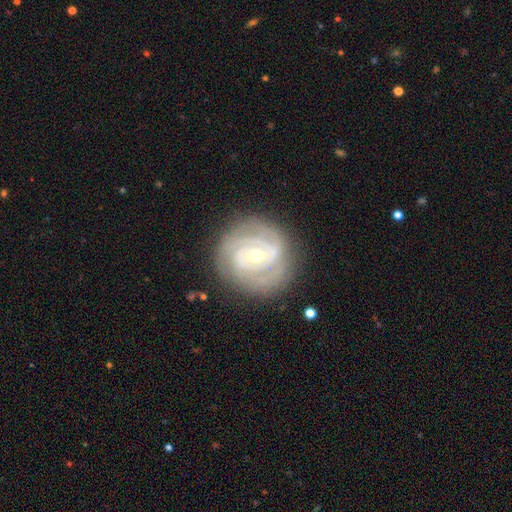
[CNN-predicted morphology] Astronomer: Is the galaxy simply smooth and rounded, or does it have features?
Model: featured or disk — 88%.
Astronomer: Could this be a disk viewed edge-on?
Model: no — 98%.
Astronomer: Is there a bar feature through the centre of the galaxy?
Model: weak — 48% (runner-up: no, 30%).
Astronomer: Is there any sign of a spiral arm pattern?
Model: yes — 96%.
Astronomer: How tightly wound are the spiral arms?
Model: tight — 76%.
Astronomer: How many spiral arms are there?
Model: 2 — 29% (runner-up: 3, 28%).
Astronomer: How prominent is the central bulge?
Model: small — 51% (runner-up: moderate, 46%).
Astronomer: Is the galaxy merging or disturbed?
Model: none — 82%.